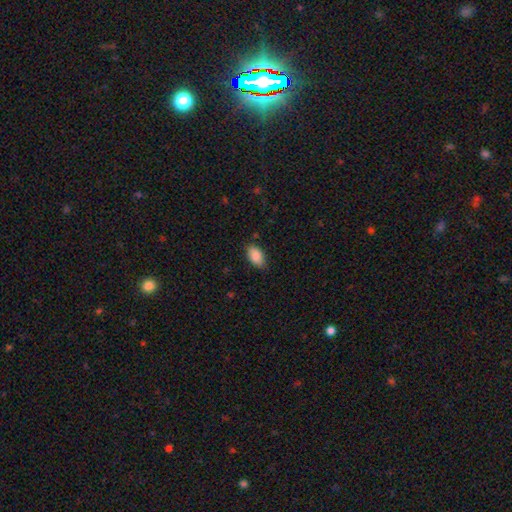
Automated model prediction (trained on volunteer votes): Smooth or featured: smooth — 88% (star or artifact — 7%)
How rounded: in between — 93% (round — 5%)
Merging: none — 82% (minor disturbance — 14%)